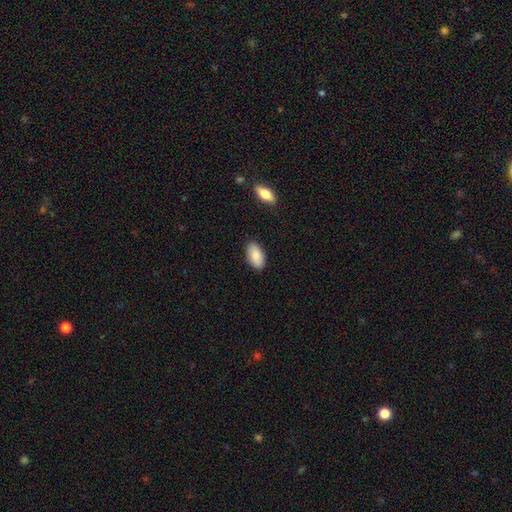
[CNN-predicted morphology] Smooth or featured: smooth — 88% (star or artifact — 6%)
How rounded: in between — 95% (cigar-shaped — 3%)
Merging: none — 87% (minor disturbance — 10%)